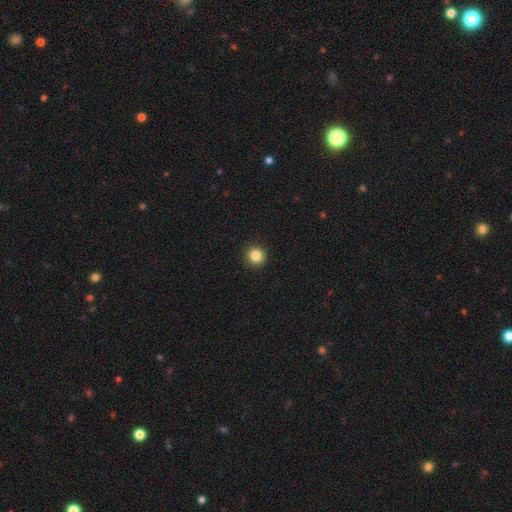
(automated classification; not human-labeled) A smooth galaxy with no disk features (84%) that is round (94%). Merging: none (93%).